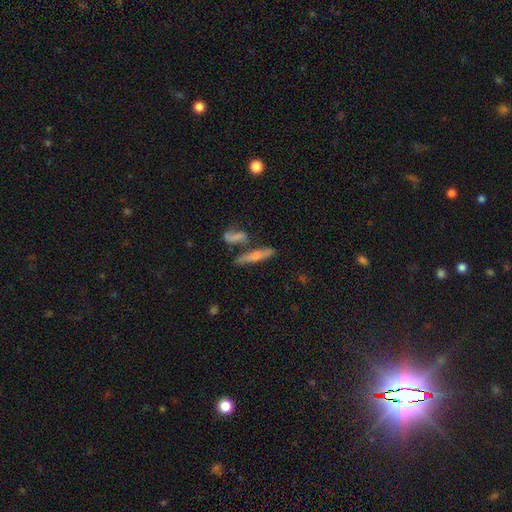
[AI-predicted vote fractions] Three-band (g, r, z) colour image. It shows a smooth galaxy with no disk features (52%) that is cigar-shaped (80%). Merging: none (62%).